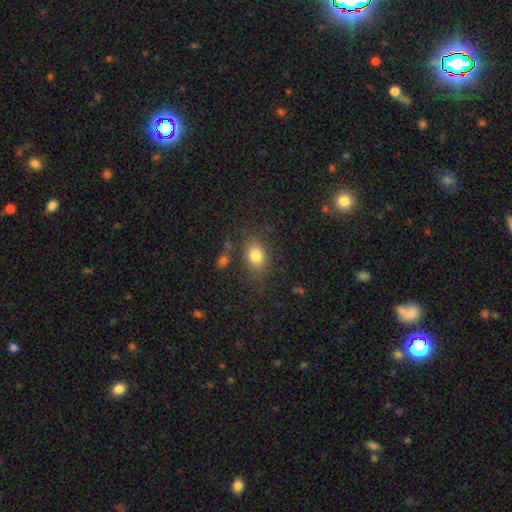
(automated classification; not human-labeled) This appears to be a smooth galaxy with no disk features (81%) that is in between round and cigar-shaped (68%). Merging: none (73%).